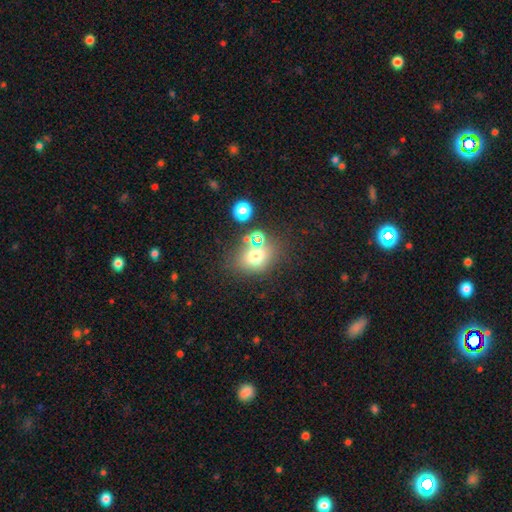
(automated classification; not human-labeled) The model was most divided on "how rounded": round: 58%, in between: 41%, cigar-shaped: 1%. More confident: smooth or featured — smooth (69%); merging — none (61%).